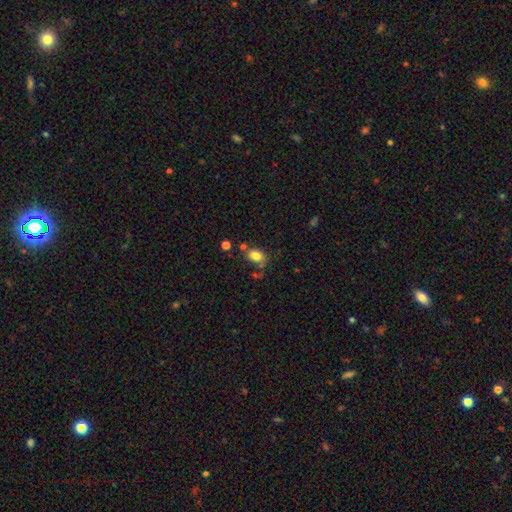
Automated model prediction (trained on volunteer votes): This is clearly a smooth galaxy (81%). How rounded: likely in between (80%). Merging: likely none (61%).